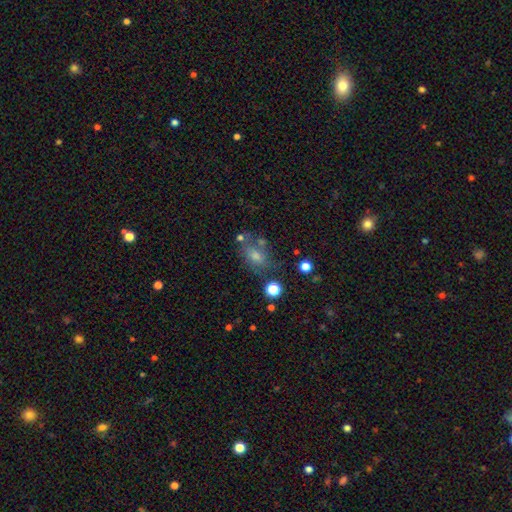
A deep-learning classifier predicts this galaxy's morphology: Smooth or featured? Predicted: smooth (p=0.55). How rounded? Predicted: in between (p=0.70). Merging? Predicted: none (p=0.58).